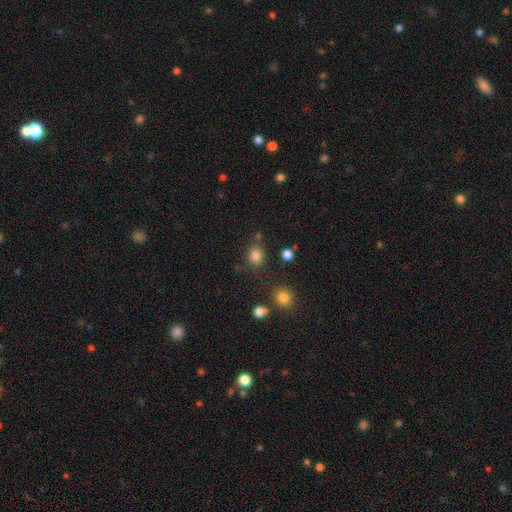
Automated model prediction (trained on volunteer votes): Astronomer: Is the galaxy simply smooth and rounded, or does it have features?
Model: smooth — 82%.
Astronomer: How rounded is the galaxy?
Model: round — 65%.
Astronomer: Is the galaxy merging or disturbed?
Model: none — 76%.